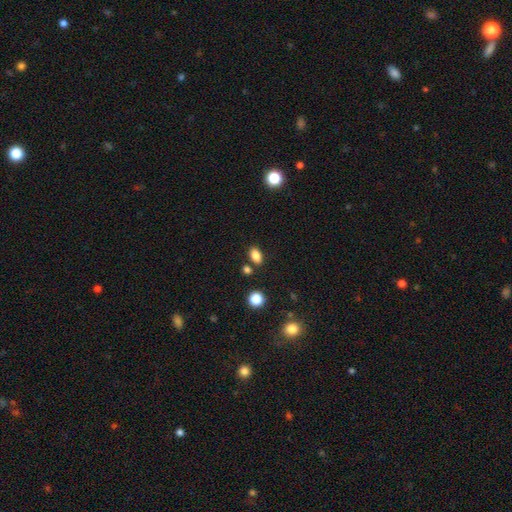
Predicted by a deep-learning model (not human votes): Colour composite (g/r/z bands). It shows a smooth galaxy with no disk features (84%) that is in between round and cigar-shaped (87%). Merging: none (81%).